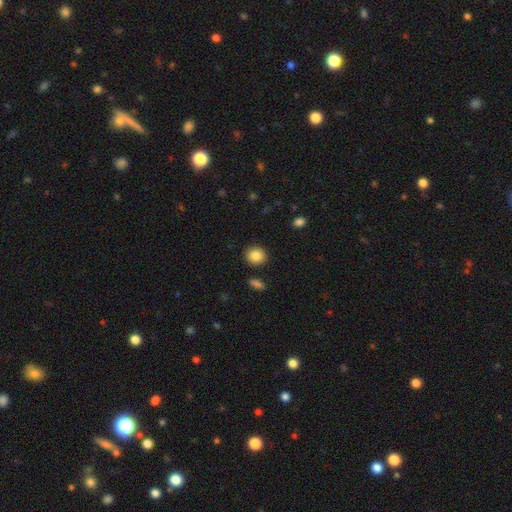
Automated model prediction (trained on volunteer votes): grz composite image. It shows a smooth galaxy with no disk features (87%) that is round (82%). Merging: none (89%).